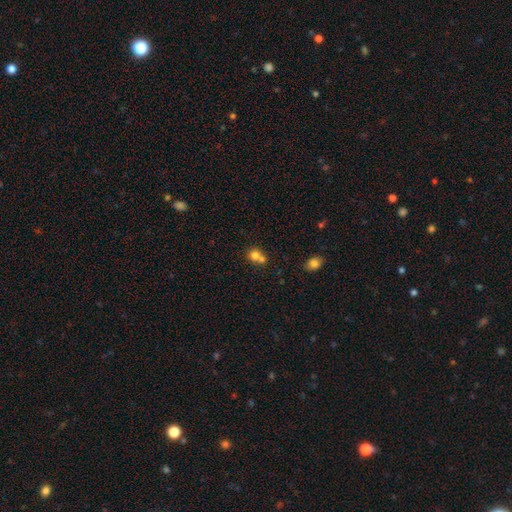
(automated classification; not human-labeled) The model was most divided on "merging": merger: 55%, none: 36%, minor disturbance: 6%, major disturbance: 3%. More confident: how rounded — round (79%); smooth or featured — smooth (76%).